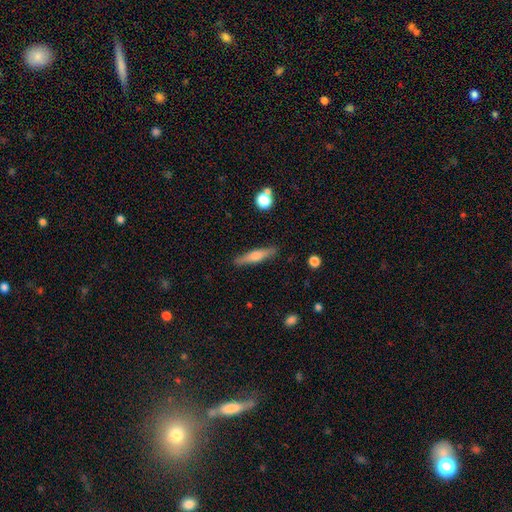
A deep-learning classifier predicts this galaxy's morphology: smooth-or-featured: smooth: 47% (tied) | featured or disk: 47% (tied) | star or artifact: 7%
  merging: none: 88% | minor disturbance: 8% | major disturbance: 2% | merger: 2%